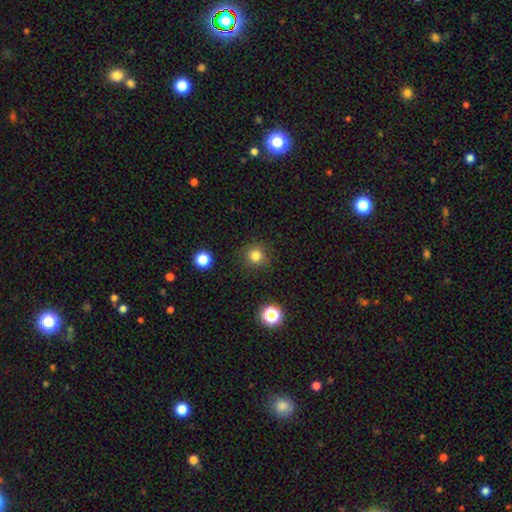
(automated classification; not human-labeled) This appears to be a smooth galaxy with no disk features (81%) that is round (94%). Merging: none (89%).